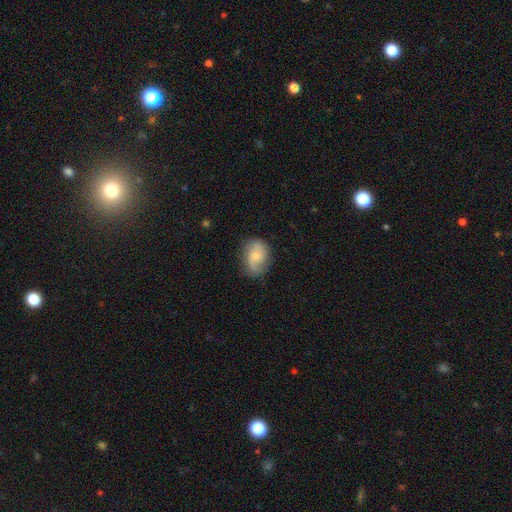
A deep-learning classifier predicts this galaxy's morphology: This is possibly a featured or disk galaxy (55%). It is clearly not viewed edge-on (97%). Bar: likely no (62%). Spiral arm pattern: clearly yes (89%). Central bulge: possibly small (56%). Merging: likely none (72%).